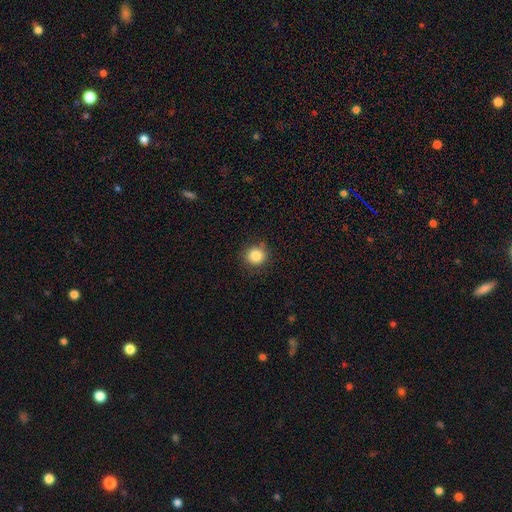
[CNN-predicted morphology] Smooth or featured?
  - smooth: 85% *
  - star or artifact: 10%
  - featured or disk: 4%
How rounded?
  - round: 90% *
  - in between: 9%
  - cigar-shaped: 1%
Merging?
  - none: 87% *
  - minor disturbance: 9%
  - major disturbance: 3%
  - merger: 2%